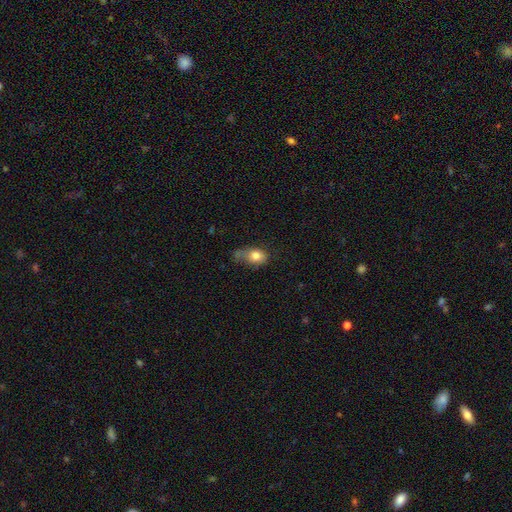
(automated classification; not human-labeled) Morphology: type=smooth (79%); roundness=in between (75%); merging=minor disturbance (36%, tied with none).